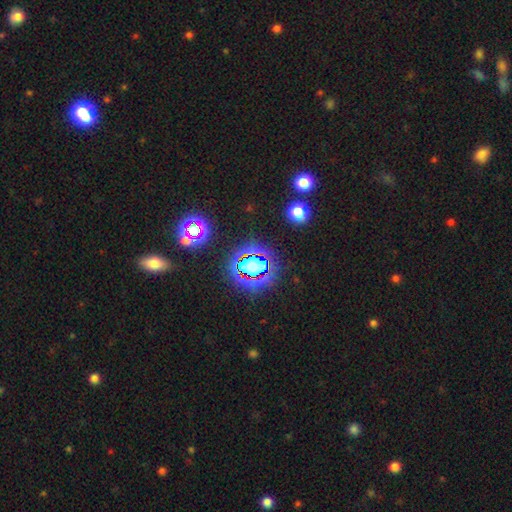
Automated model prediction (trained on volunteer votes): Smooth or featured: star or artifact — 78% (smooth — 14%)